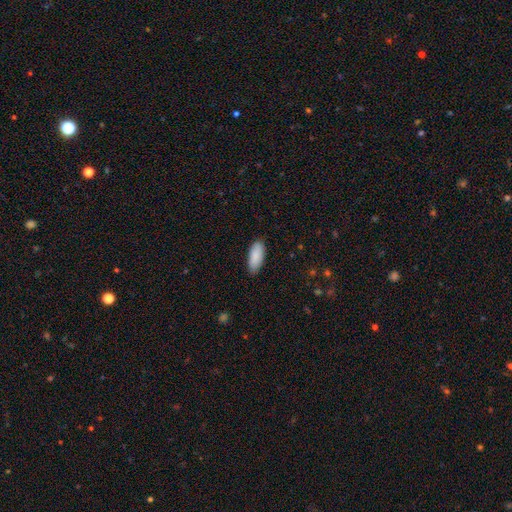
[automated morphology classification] Overall: smooth (89%). How rounded: in between (83%). Merging: none (86%).